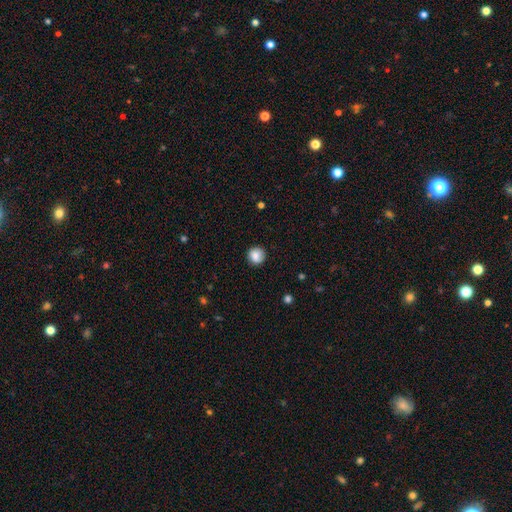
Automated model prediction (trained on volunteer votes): Overall: smooth (84%). How rounded: round (94%). Merging: none (88%).